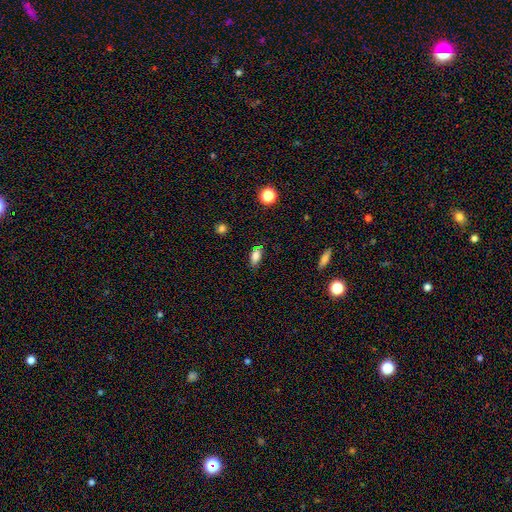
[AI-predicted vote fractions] A smooth galaxy with no disk features (75%) that is in between round and cigar-shaped (81%). Merging: none (73%).